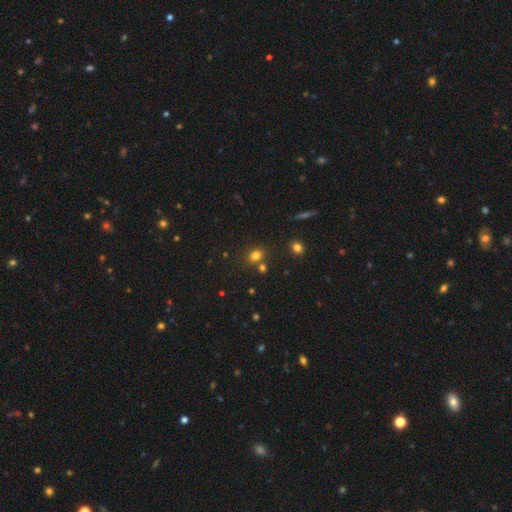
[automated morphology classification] smooth-or-featured: smooth: 76% | star or artifact: 16% | featured or disk: 7%
  how-rounded: round: 50% | in between: 49% | cigar-shaped: 1%
  merging: none: 70% | merger: 15% | minor disturbance: 12% | major disturbance: 4%